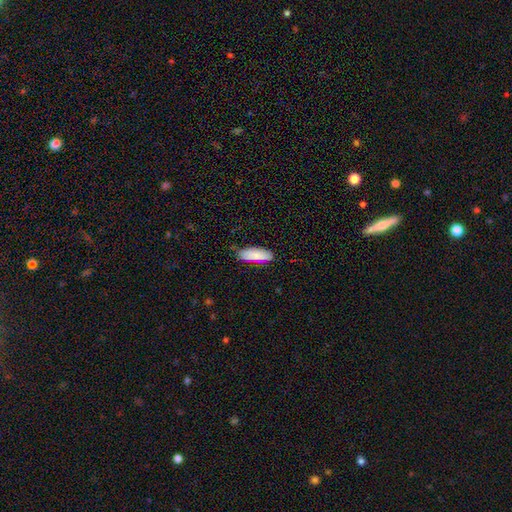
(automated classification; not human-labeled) The model was most divided on "how rounded": in between: 65%, cigar-shaped: 34%, round: 2%. More confident: smooth or featured — smooth (84%); merging — none (80%).